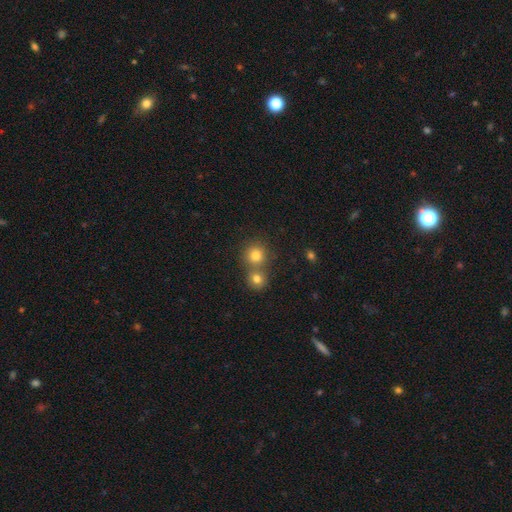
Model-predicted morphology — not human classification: Q: Smooth or featured?
A: smooth (79%); runner-up: star or artifact (13%)
Q: How rounded?
A: round (89%); runner-up: in between (10%)
Q: Merging?
A: none (54%); runner-up: merger (38%)